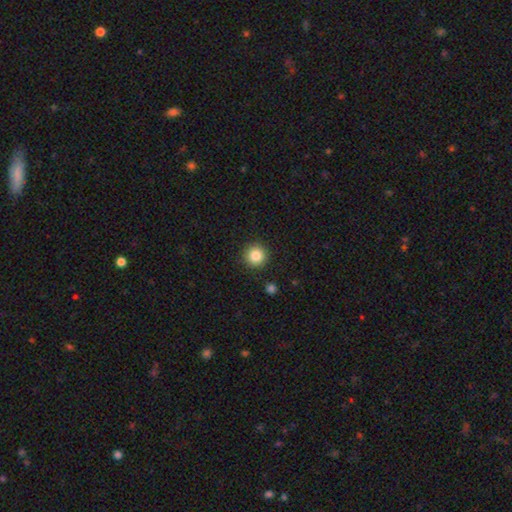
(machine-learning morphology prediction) This appears to be a smooth galaxy with no disk features (85%) that is round (95%). Merging: none (91%).